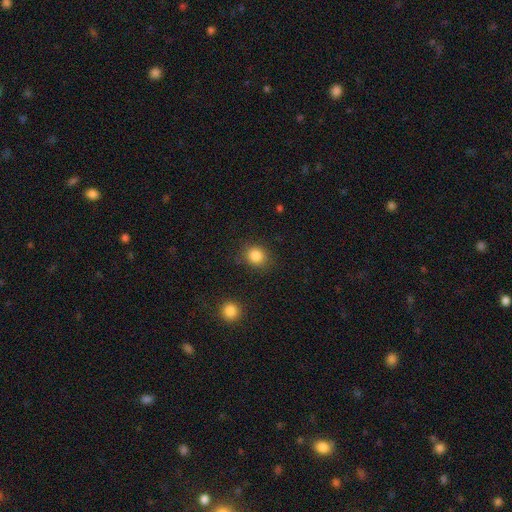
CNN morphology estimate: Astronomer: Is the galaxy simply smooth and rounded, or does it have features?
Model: smooth — 85%.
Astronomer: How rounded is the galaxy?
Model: round — 74%.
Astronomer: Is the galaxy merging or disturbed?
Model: none — 82%.